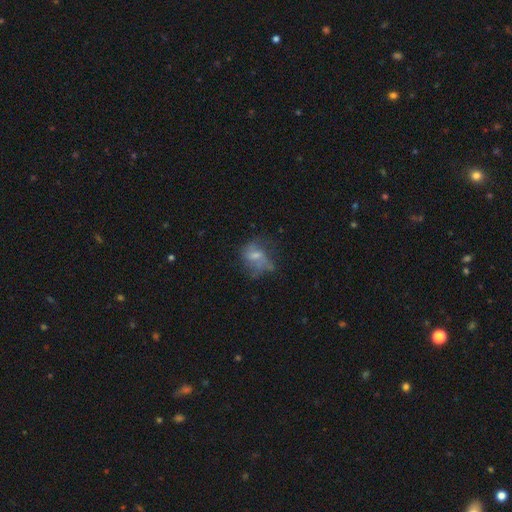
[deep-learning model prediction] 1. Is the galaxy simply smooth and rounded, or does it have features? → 47% featured or disk, 40% smooth, 13% star or artifact.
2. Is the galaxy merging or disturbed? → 36% none, 34% major disturbance, 24% minor disturbance, 6% merger.